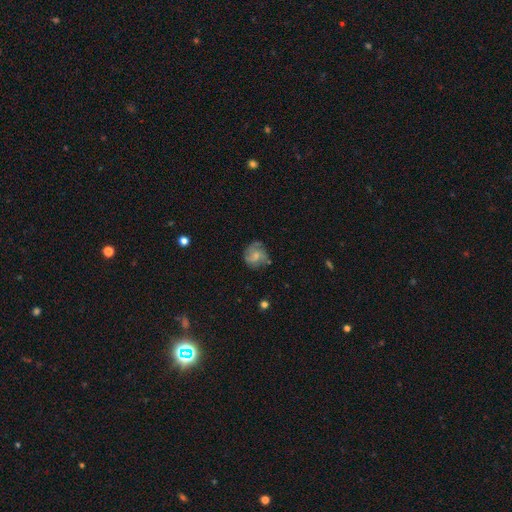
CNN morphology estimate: smooth_or_featured: featured or disk (p=0.47) [alt: smooth p=0.43]
merging: none (p=0.62) [alt: minor disturbance p=0.24]